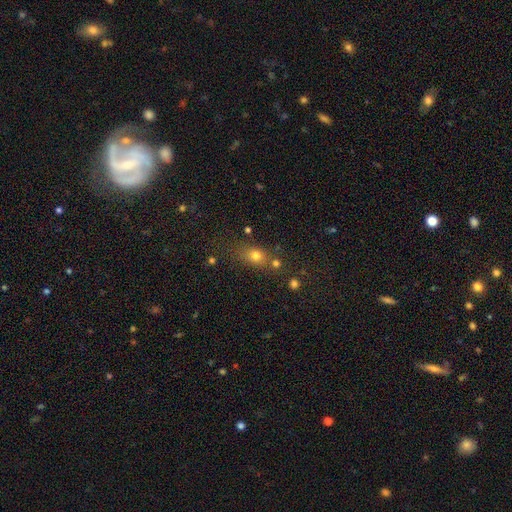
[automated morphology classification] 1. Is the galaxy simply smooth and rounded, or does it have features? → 73% smooth, 16% star or artifact, 10% featured or disk.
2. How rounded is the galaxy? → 50% round, 46% in between, 3% cigar-shaped.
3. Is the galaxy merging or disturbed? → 63% none, 16% merger, 15% minor disturbance, 7% major disturbance.